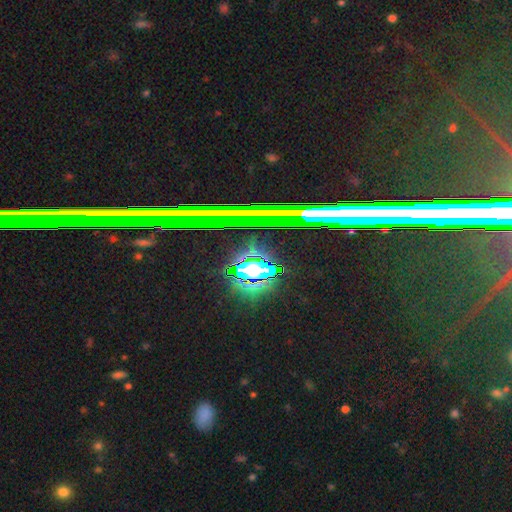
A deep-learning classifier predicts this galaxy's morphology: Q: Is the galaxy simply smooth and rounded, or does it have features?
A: star or artifact — 78%.